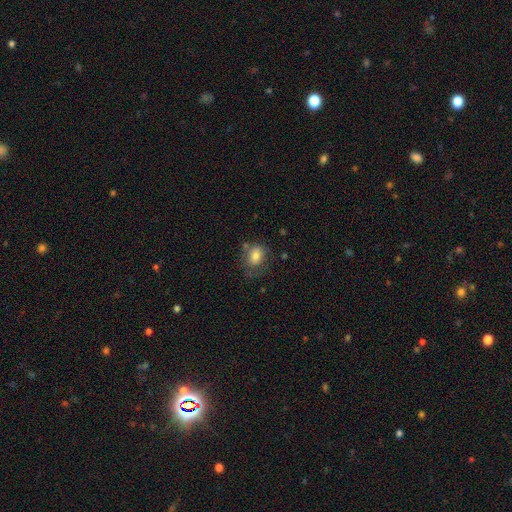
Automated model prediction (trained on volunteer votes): Smooth or featured? Predicted: smooth (p=0.77). How rounded? Predicted: in between (p=0.68). Merging? Predicted: none (p=0.54).